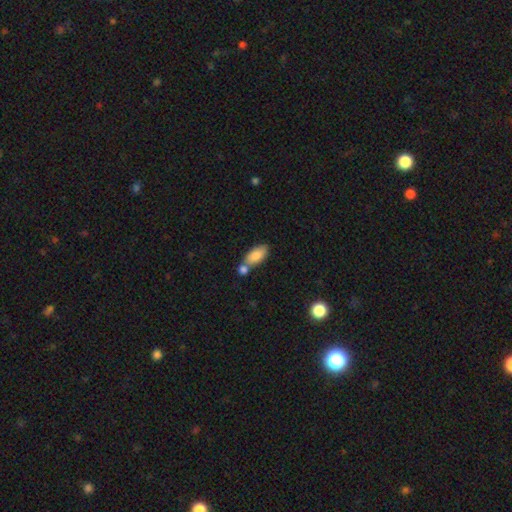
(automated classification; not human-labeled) This is clearly a smooth galaxy (82%). How rounded: clearly in between (87%). Merging: possibly none (47%).